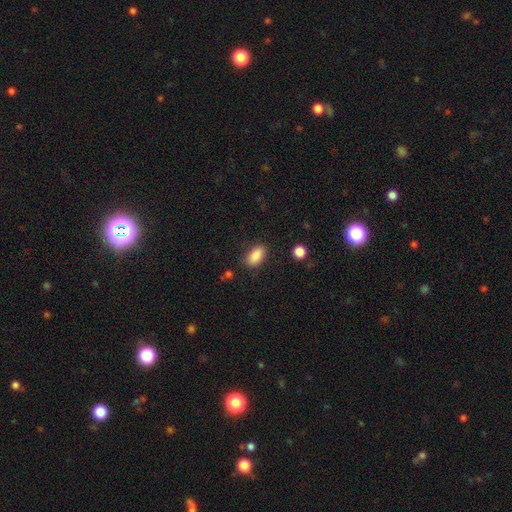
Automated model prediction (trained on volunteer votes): smooth_or_featured: smooth (p=0.88) [alt: star or artifact p=0.08]
how_rounded: in between (p=0.91) [alt: round p=0.05]
merging: none (p=0.84) [alt: minor disturbance p=0.11]